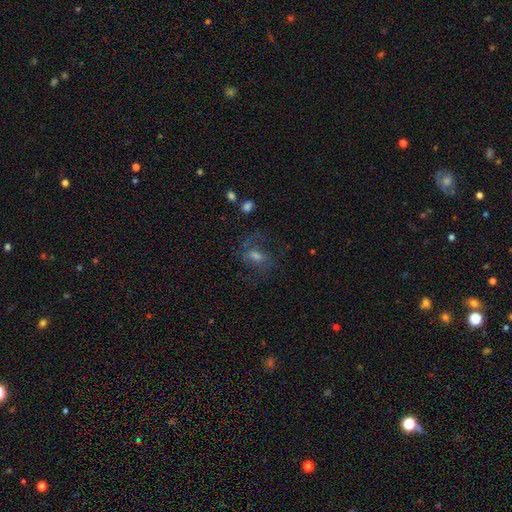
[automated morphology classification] Smooth or featured? featured or disk (45%)
Merging? none (58%)